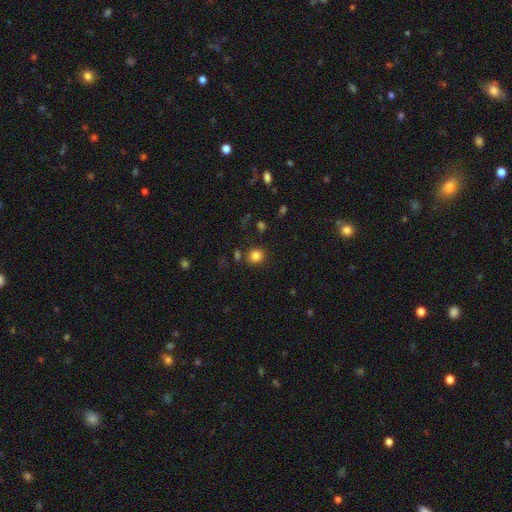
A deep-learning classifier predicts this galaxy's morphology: smooth_or_featured: smooth (p=0.83) [alt: star or artifact p=0.12]
how_rounded: round (p=0.84) [alt: in between p=0.15]
merging: none (p=0.84) [alt: minor disturbance p=0.08]